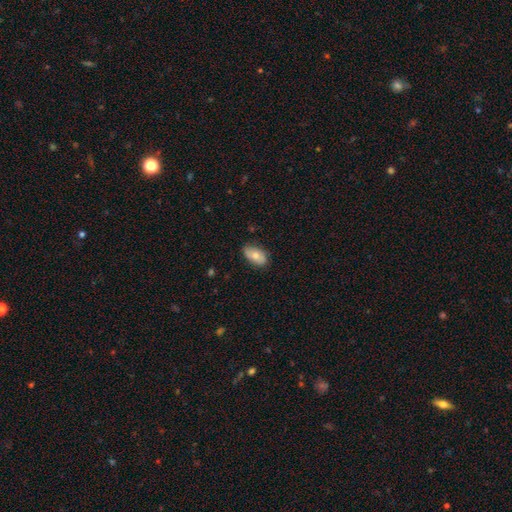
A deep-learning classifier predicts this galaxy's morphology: Smooth or featured? smooth (72%)
How rounded? in between (92%)
Merging? none (78%)